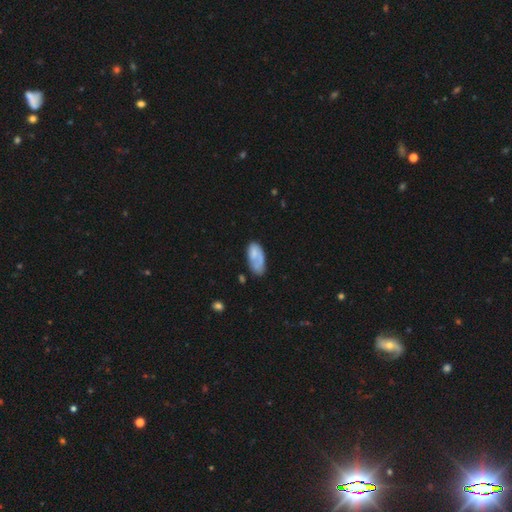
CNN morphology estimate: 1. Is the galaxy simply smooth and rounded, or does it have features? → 62% smooth, 32% featured or disk, 6% star or artifact.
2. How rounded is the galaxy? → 91% in between, 7% cigar-shaped, 3% round.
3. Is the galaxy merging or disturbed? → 46% none, 29% minor disturbance, 19% major disturbance, 7% merger.